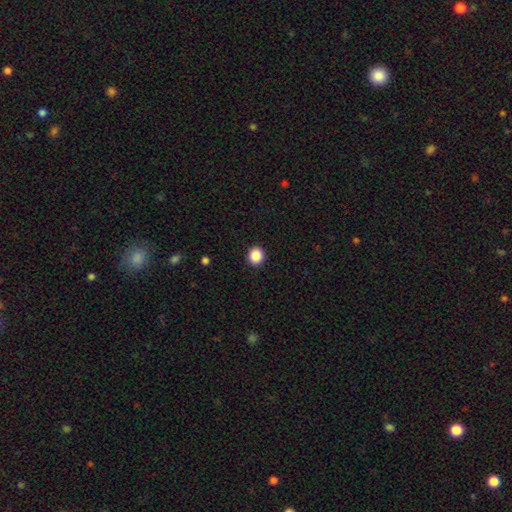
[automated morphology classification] This appears to be a smooth galaxy with no disk features (88%) that is round (85%). Merging: none (92%).